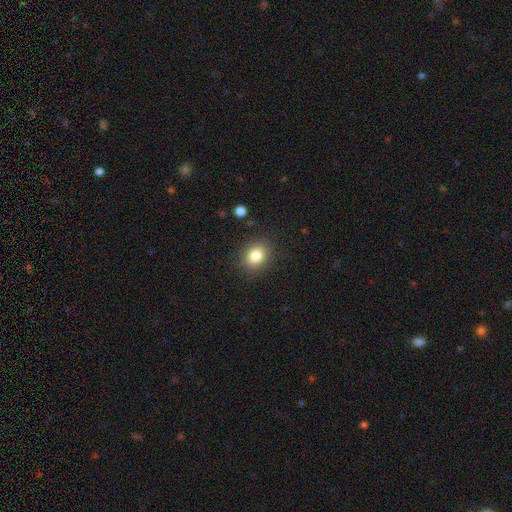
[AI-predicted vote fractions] A smooth galaxy with no disk features (82%) that is round (54%).

Vote fractions:
- Smooth or featured? smooth: 82% / star or artifact: 11% / featured or disk: 7%
- How rounded? round: 54% / in between: 45% / cigar-shaped: 1%
- Merging? none: 86% / minor disturbance: 9% / major disturbance: 3% / merger: 1%